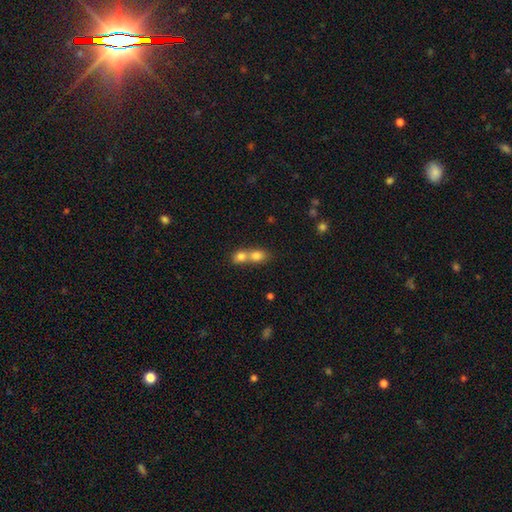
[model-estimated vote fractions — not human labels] A smooth galaxy with no disk features (76%) that is in between round and cigar-shaped (49%).

Vote fractions:
- Smooth or featured? smooth: 76% / featured or disk: 14% / star or artifact: 10%
- How rounded? in between: 49% / round: 48% / cigar-shaped: 3%
- Merging? merger: 73% / none: 20% / minor disturbance: 5% / major disturbance: 2%